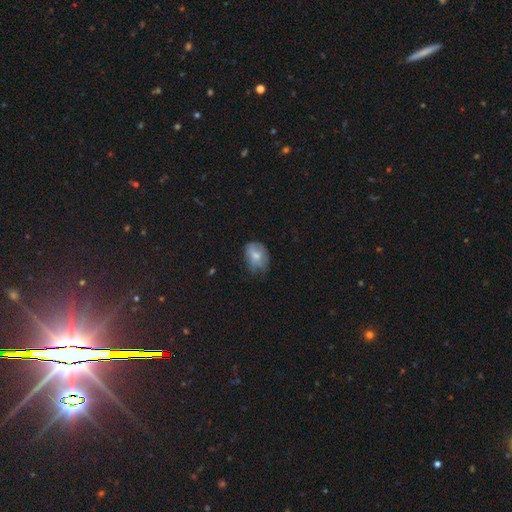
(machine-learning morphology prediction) Smooth or featured?
  - smooth: 68% *
  - featured or disk: 24%
  - star or artifact: 9%
How rounded?
  - in between: 70% *
  - round: 28%
  - cigar-shaped: 1%
Merging?
  - none: 50% *
  - minor disturbance: 36%
  - major disturbance: 12%
  - merger: 2%